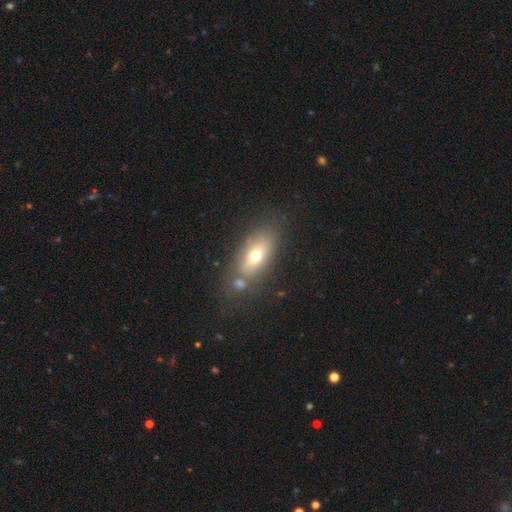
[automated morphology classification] A smooth galaxy with no disk features (62%) that is in between round and cigar-shaped (78%).

Vote fractions:
- Smooth or featured? smooth: 62% / featured or disk: 28% / star or artifact: 10%
- How rounded? in between: 78% / cigar-shaped: 16% / round: 6%
- Merging? none: 59% / merger: 21% / minor disturbance: 14% / major disturbance: 6%